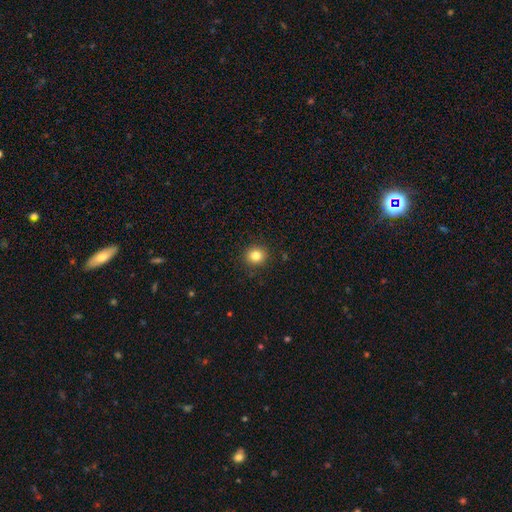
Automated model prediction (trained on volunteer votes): smooth 83%, star or artifact 11%, featured or disk 6%. Down the decision tree: how rounded — round (89%); merging — none (92%).